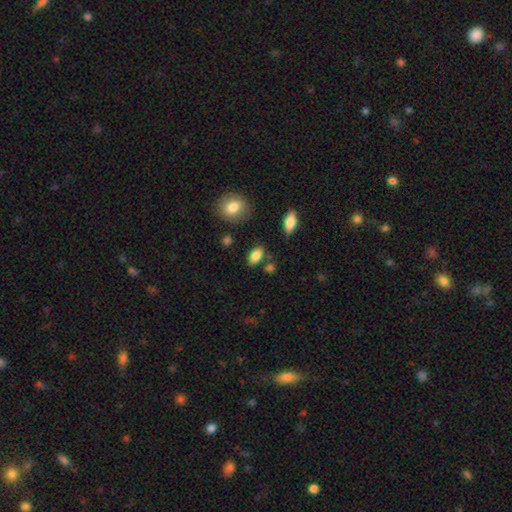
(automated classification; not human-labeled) The model was most divided on "merging": none: 77%, minor disturbance: 13%, merger: 6%, major disturbance: 3%. More confident: how rounded — in between (89%); smooth or featured — smooth (84%).